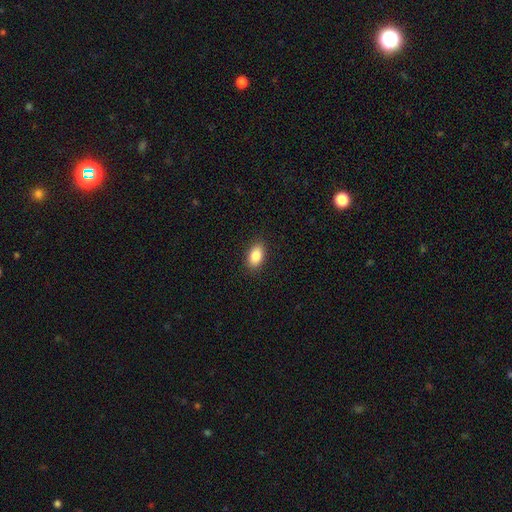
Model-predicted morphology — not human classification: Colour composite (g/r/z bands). It shows a smooth galaxy with no disk features (87%) that is in between round and cigar-shaped (90%). Merging: none (88%).